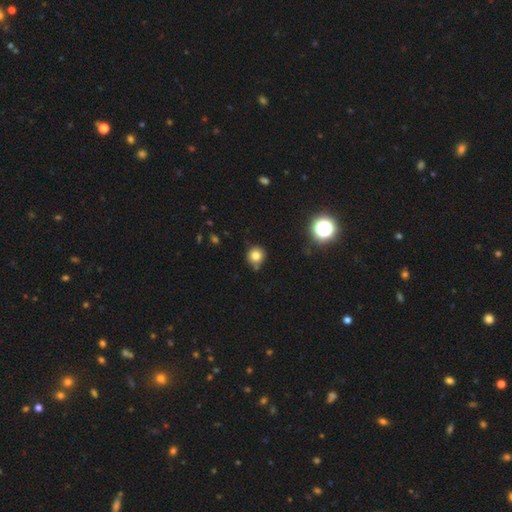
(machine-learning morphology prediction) This is likely a smooth galaxy (79%). How rounded: clearly round (91%). Merging: likely none (76%).